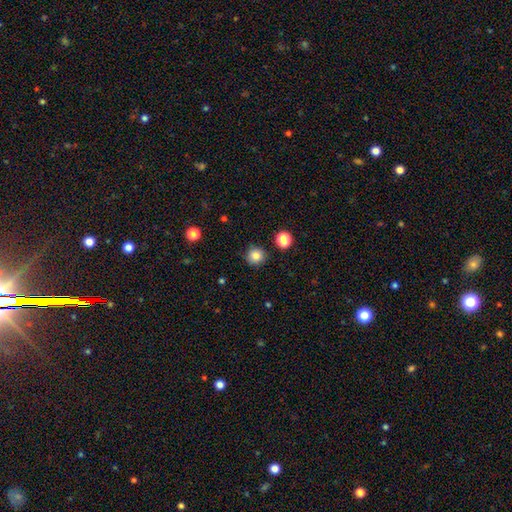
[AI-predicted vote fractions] Smooth or featured? smooth (83%)
How rounded? round (93%)
Merging? none (88%)